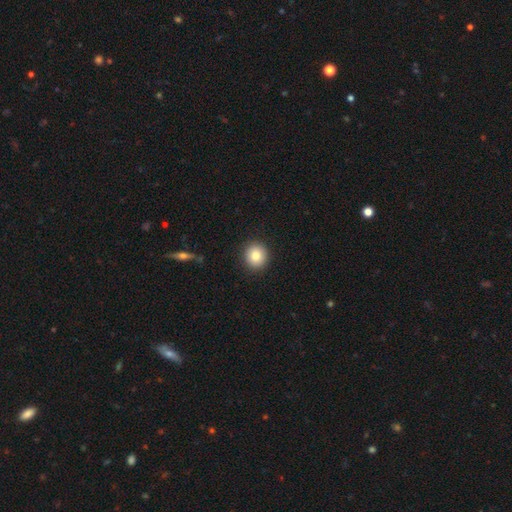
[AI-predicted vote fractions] Smooth or featured?
  - smooth: 83% *
  - star or artifact: 9%
  - featured or disk: 8%
How rounded?
  - round: 90% *
  - in between: 9%
  - cigar-shaped: 1%
Merging?
  - none: 91% *
  - minor disturbance: 6%
  - major disturbance: 2%
  - merger: 1%